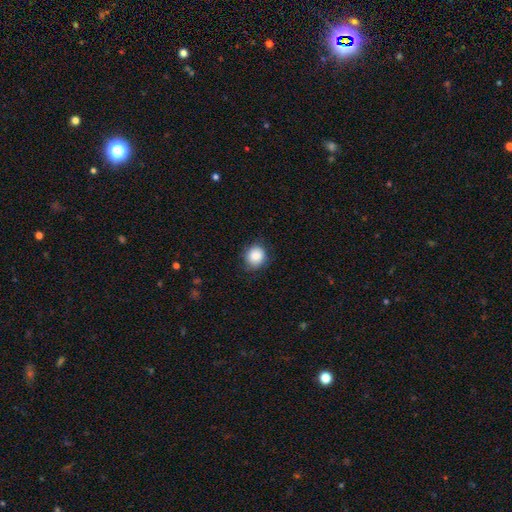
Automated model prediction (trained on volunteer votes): Morphology: type=smooth (87%); roundness=round (82%); merging=none (82%).